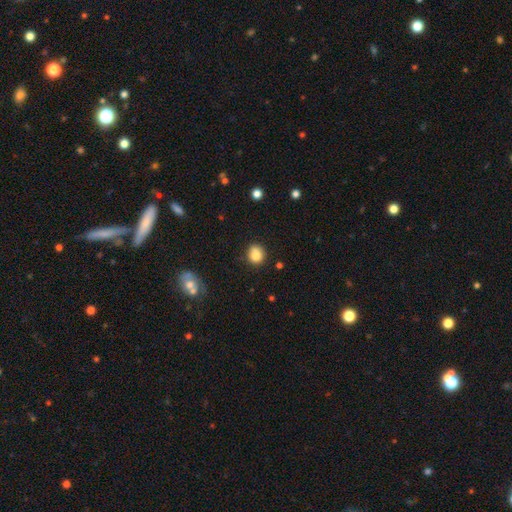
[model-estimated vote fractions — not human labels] This appears to be a smooth galaxy with no disk features (81%) that is round (80%). Merging: none (71%).